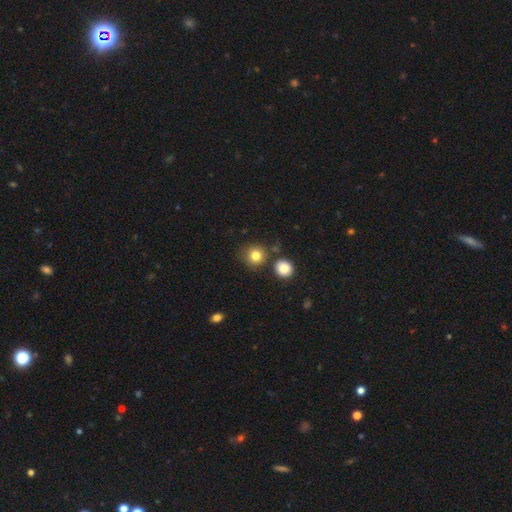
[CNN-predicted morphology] smooth 82%, star or artifact 11%, featured or disk 7%. Down the decision tree: how rounded — round (90%); merging — none (76%).